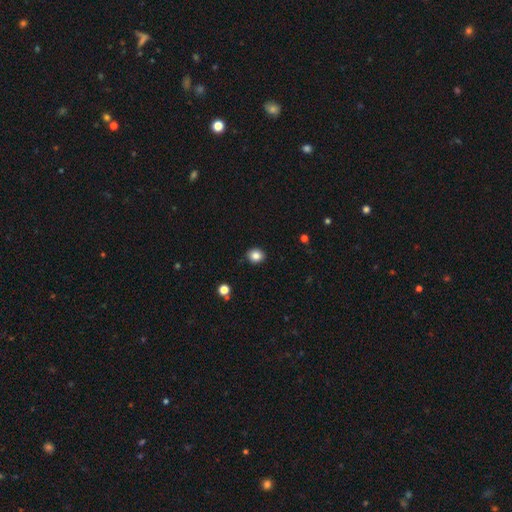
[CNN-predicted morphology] Smooth or featured? smooth (84%)
How rounded? round (74%)
Merging? none (91%)